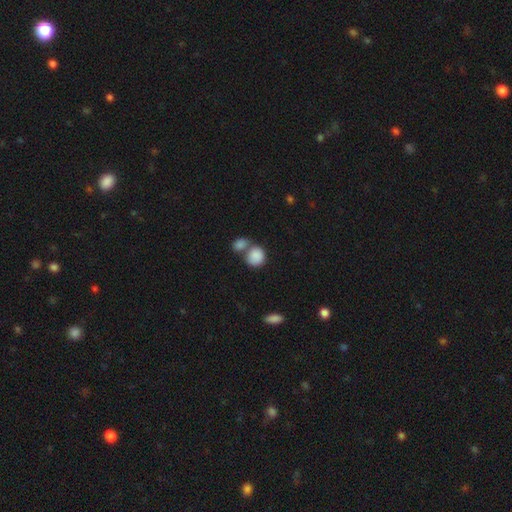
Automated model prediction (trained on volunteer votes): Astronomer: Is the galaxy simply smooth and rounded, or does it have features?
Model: smooth — 87%.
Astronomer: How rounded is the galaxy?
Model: round — 72%.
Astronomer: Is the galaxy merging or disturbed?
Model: merger — 54% (runner-up: none, 33%).